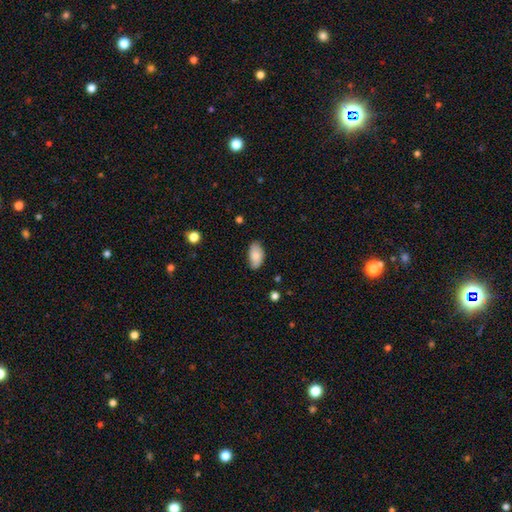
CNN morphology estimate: Smooth or featured? Predicted: smooth (p=0.78). How rounded? Predicted: in between (p=0.95). Merging? Predicted: none (p=0.77).